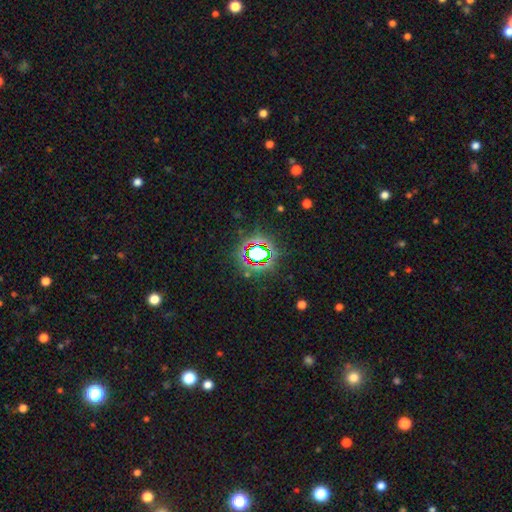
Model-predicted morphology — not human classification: A star or artifact, not a galaxy (74%).